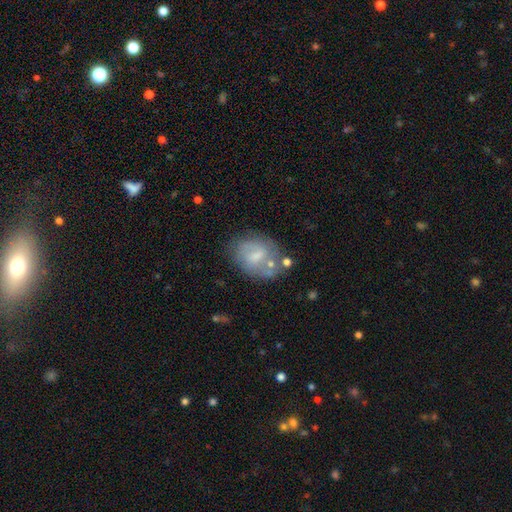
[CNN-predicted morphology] The model was most divided on "smooth or featured": featured or disk: 47%, smooth: 44%, star or artifact: 8%. More confident: merging — none (58%).